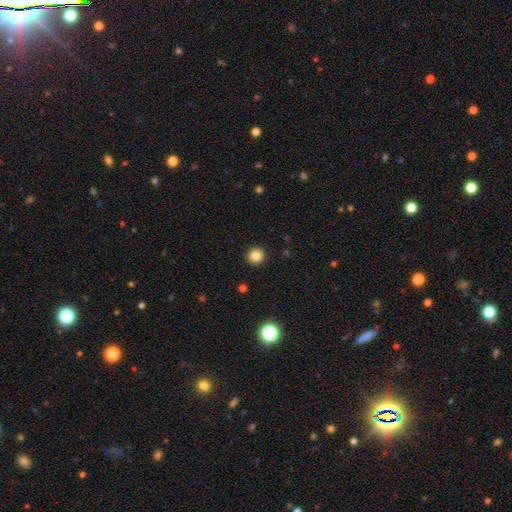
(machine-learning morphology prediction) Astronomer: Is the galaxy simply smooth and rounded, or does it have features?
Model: smooth — 83%.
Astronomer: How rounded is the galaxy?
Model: round — 93%.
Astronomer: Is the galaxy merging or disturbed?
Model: none — 93%.